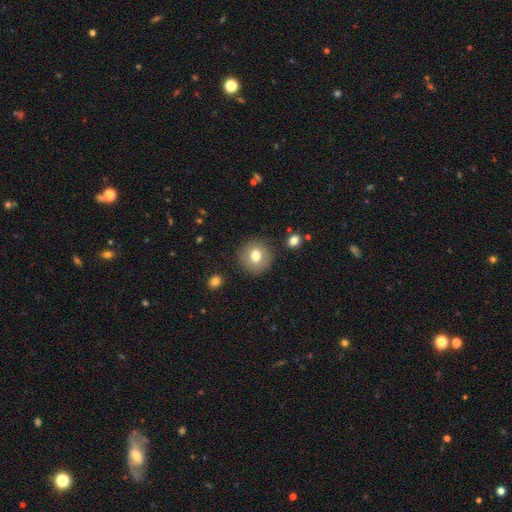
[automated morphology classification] This is likely a smooth galaxy (76%). How rounded: clearly round (91%). Merging: clearly none (87%).